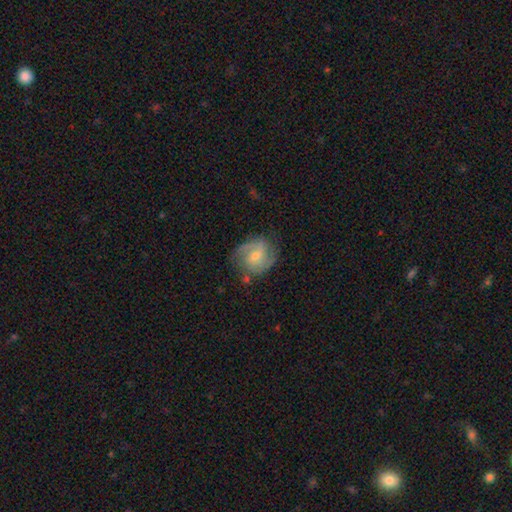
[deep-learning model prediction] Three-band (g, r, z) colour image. It shows a featured or disk galaxy (77%) with a weak bar (46%), 2 (77%) medium (50%) spiral arms (94%) and a moderate central bulge (50%). Merging: none (72%).